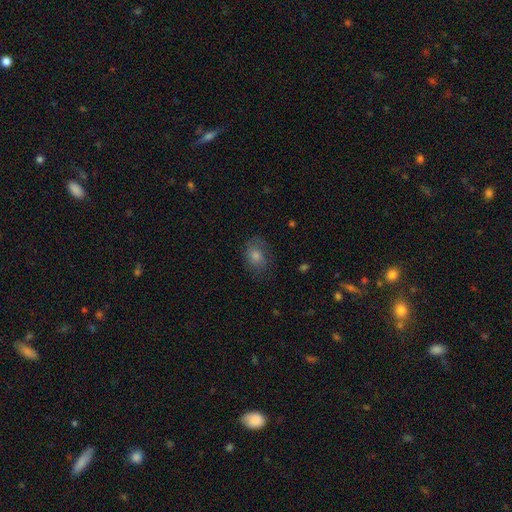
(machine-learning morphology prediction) This appears to be a smooth galaxy with no disk features (66%) that is in between round and cigar-shaped (62%). Merging: none (72%).